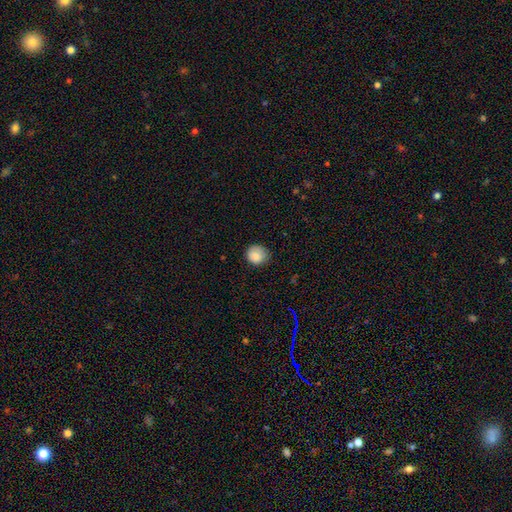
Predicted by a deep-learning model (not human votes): smooth_or_featured: smooth (p=0.86) [alt: star or artifact p=0.09]
how_rounded: round (p=0.87) [alt: in between p=0.13]
merging: none (p=0.78) [alt: minor disturbance p=0.18]